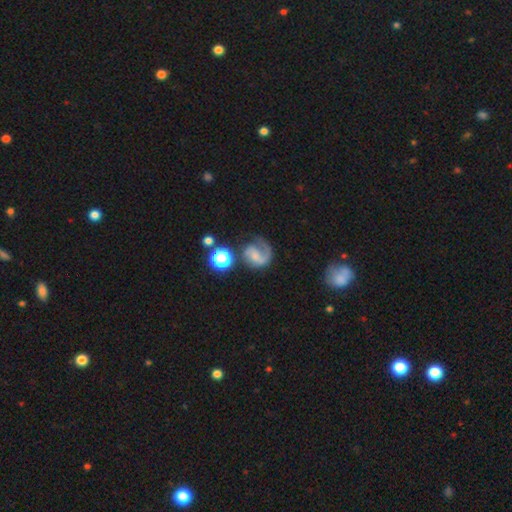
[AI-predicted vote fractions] The model was most divided on "bar": no: 49%, weak: 41%, strong: 10%. Remaining: edge-on disk — no (98%); spiral arms — yes (92%); smooth or featured — featured or disk (70%); spiral arm count — 1 (57%); merging — none (47%); spiral winding — medium (44%); bulge size — small (41%).